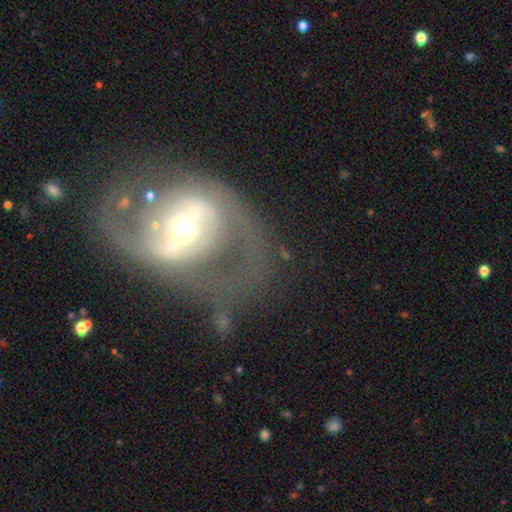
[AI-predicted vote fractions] This is clearly a featured or disk galaxy (84%). It is clearly not viewed edge-on (96%). Bar: marginally weak (38%). Spiral arm pattern: clearly yes (86%). Spiral arm count: clearly 2 (84%). Spiral winding: possibly medium (48%). Central bulge: possibly moderate (47%). Merging: possibly none (58%).